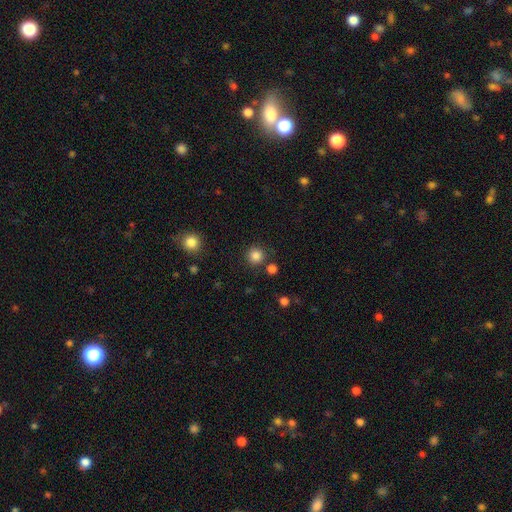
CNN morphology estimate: type=smooth (84%); roundness=round (94%); merging=none (84%).